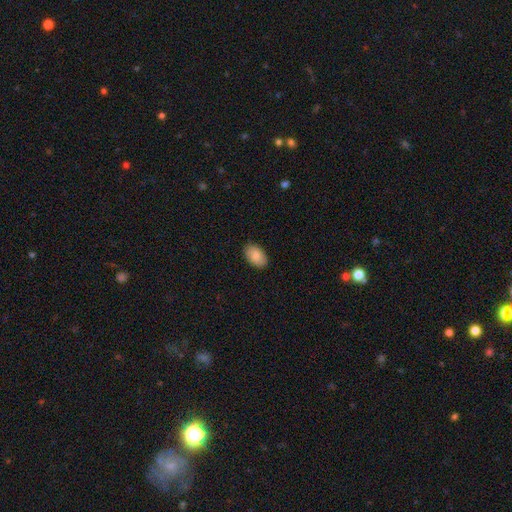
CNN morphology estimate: This is clearly a smooth galaxy (87%). How rounded: clearly in between (91%). Merging: clearly none (89%).